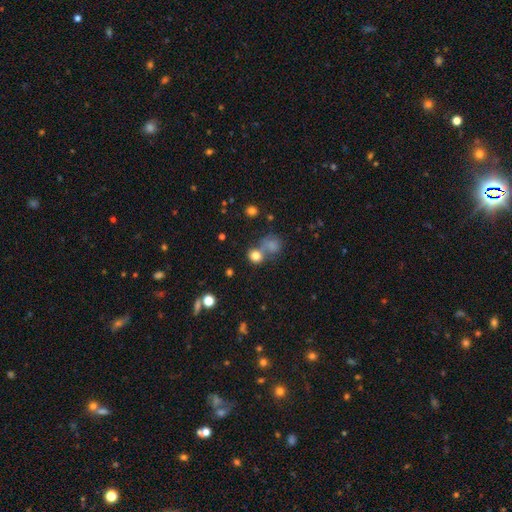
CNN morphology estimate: A smooth galaxy with no disk features (78%) that is round (78%).

Vote fractions:
- Smooth or featured? smooth: 78% / star or artifact: 14% / featured or disk: 8%
- How rounded? round: 78% / in between: 21% / cigar-shaped: 1%
- Merging? none: 49% / merger: 35% / minor disturbance: 10% / major disturbance: 6%